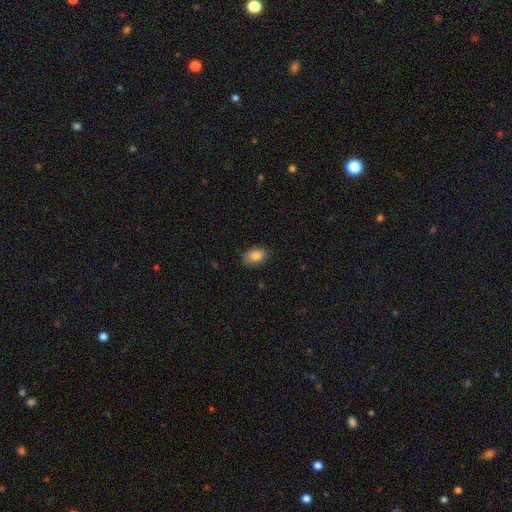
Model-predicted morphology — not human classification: A smooth galaxy with no disk features (85%) that is in between round and cigar-shaped (84%).

Vote fractions:
- Smooth or featured? smooth: 85% / star or artifact: 8% / featured or disk: 7%
- How rounded? in between: 84% / round: 15% / cigar-shaped: 1%
- Merging? none: 82% / minor disturbance: 14% / major disturbance: 3% / merger: 1%